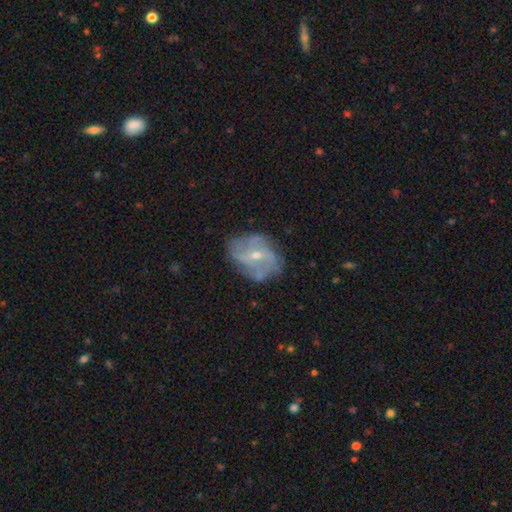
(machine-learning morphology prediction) type=featured or disk (78%); edge-on=no (97%); bar=no (45%); spiral arms=yes (82%); winding=medium (41%); arm count=can't tell (33%); bulge=small (61%); merging=none (66%).